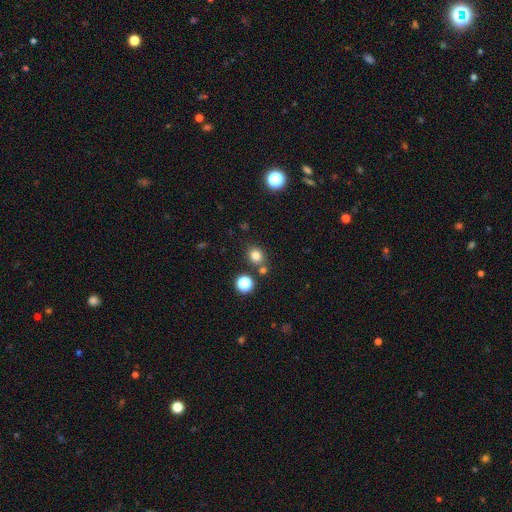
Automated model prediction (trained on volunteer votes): Q: Smooth or featured?
A: smooth (78%); runner-up: star or artifact (16%)
Q: How rounded?
A: round (77%); runner-up: in between (22%)
Q: Merging?
A: none (76%); runner-up: merger (12%)